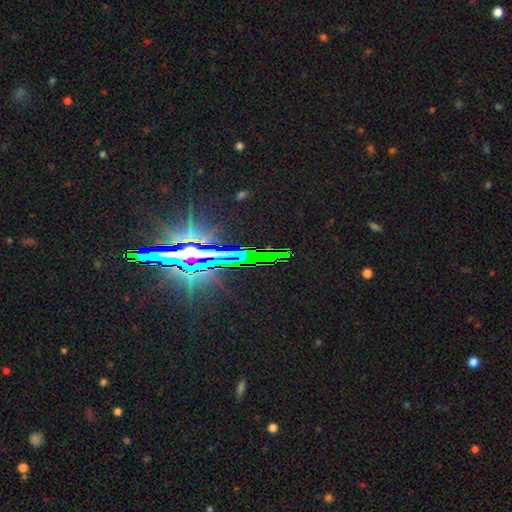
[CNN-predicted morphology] type=star or artifact (83%).